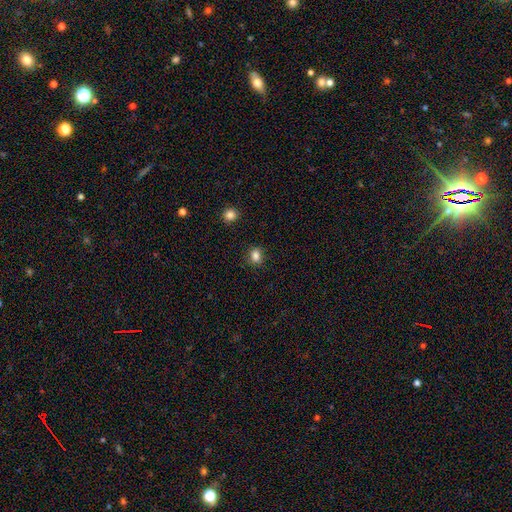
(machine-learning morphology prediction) Smooth or featured? Predicted: smooth (p=0.84). How rounded? Predicted: round (p=0.57). Merging? Predicted: none (p=0.84).